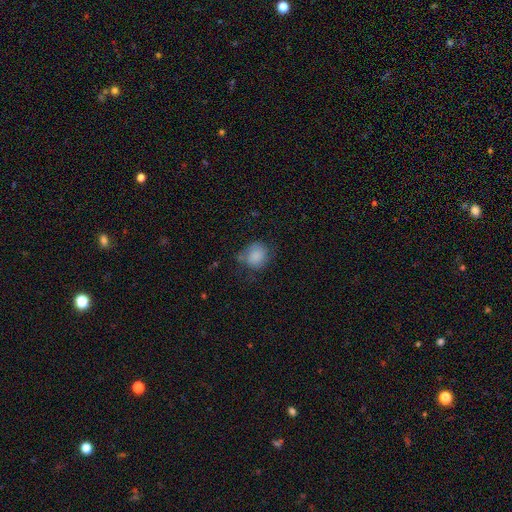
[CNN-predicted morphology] type=smooth (79%); roundness=round (69%); merging=none (52%).